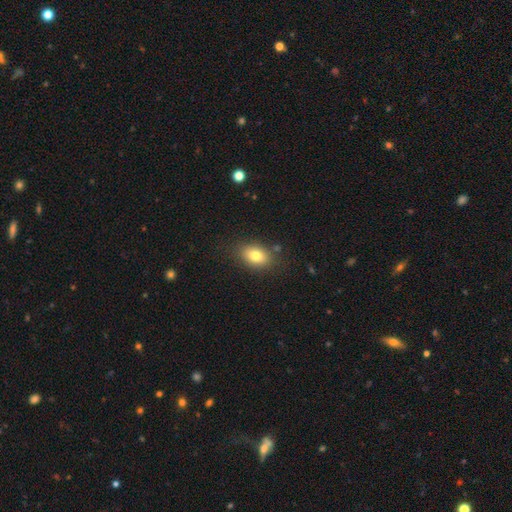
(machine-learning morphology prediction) smooth 78%, featured or disk 12%, star or artifact 10%. Down the decision tree: how rounded — in between (76%); merging — none (82%).